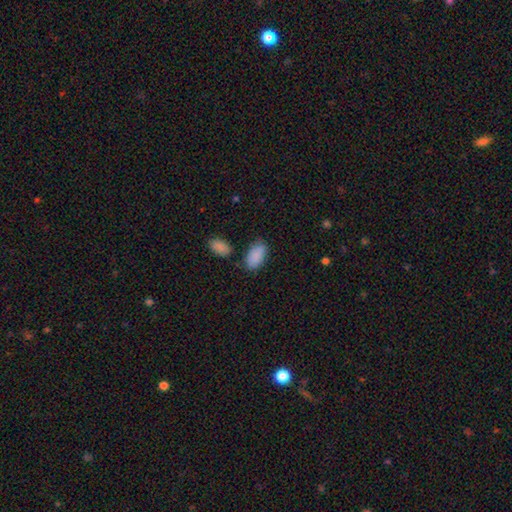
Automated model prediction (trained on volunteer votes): Q: Smooth or featured?
A: smooth (88%); runner-up: star or artifact (7%)
Q: How rounded?
A: in between (94%); runner-up: round (3%)
Q: Merging?
A: none (75%); runner-up: minor disturbance (15%)